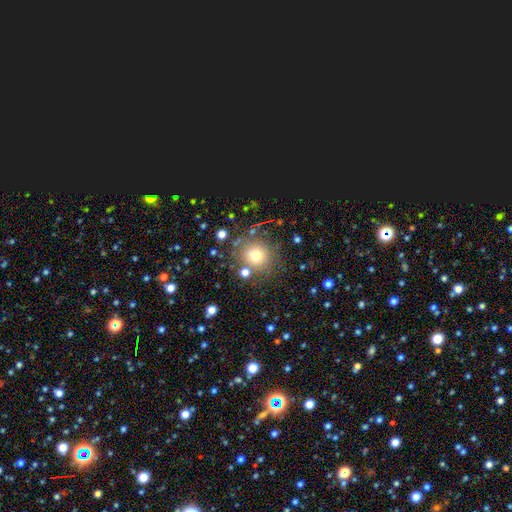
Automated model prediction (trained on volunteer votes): This appears to be a smooth galaxy with no disk features (72%) that is round (88%). Merging: none (76%).